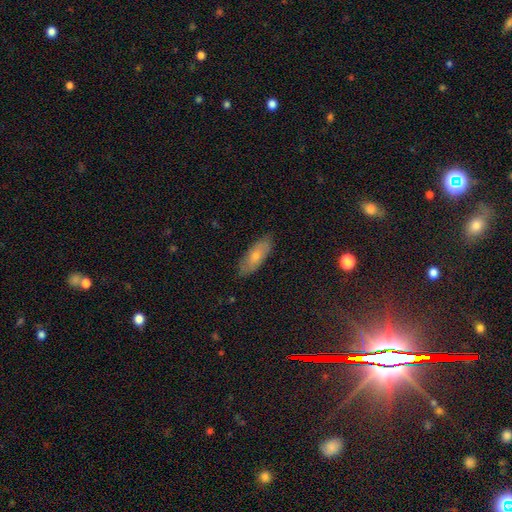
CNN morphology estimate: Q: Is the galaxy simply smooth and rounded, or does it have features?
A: smooth — 60%.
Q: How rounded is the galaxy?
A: in between — 64%.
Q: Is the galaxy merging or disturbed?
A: none — 86%.